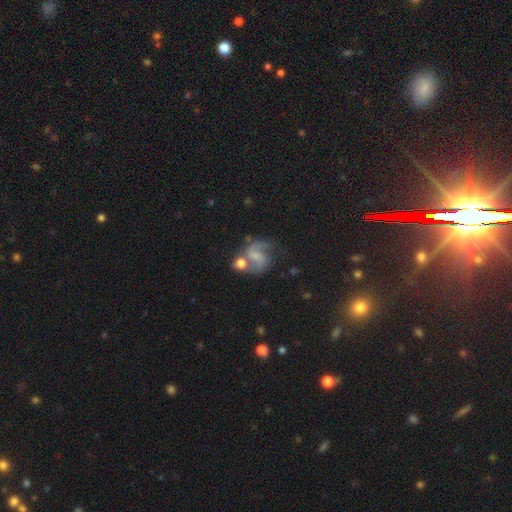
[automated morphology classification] Smooth or featured? featured or disk (78%)
Edge-on disk? no (98%)
Bar? weak (47%)
Spiral arms? yes (94%)
Spiral winding? medium (53%)
Spiral arm count? 2 (87%)
Bulge size? small (42%)
Merging? none (44%)